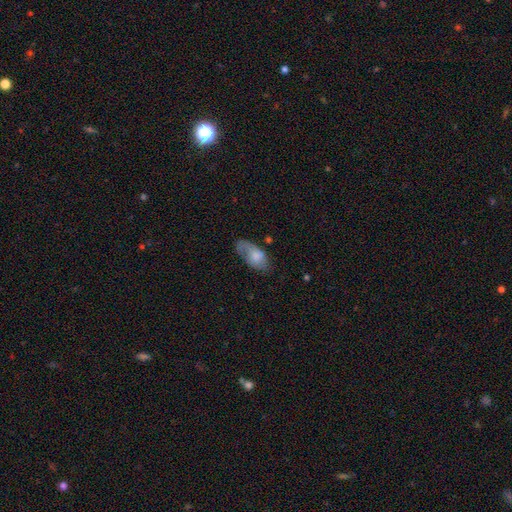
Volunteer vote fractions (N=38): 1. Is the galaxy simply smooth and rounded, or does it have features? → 50% featured or disk, 47% smooth, 3% star or artifact.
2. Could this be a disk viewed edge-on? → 84% no, 16% yes.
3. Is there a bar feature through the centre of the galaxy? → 94% no, 6% strong, 0% weak.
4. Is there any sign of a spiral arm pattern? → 62% yes, 38% no.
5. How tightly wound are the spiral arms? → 50% medium, 40% tight, 10% loose.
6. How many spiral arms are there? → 50% 1, 40% can't tell, 10% 2, 0% 3, 0% 4, 0% more than 4.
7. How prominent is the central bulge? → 31% large (tied), 31% small (tied), 25% moderate, 12% none, 0% dominant.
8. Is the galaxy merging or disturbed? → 59% none, 22% minor disturbance, 16% major disturbance, 3% merger.